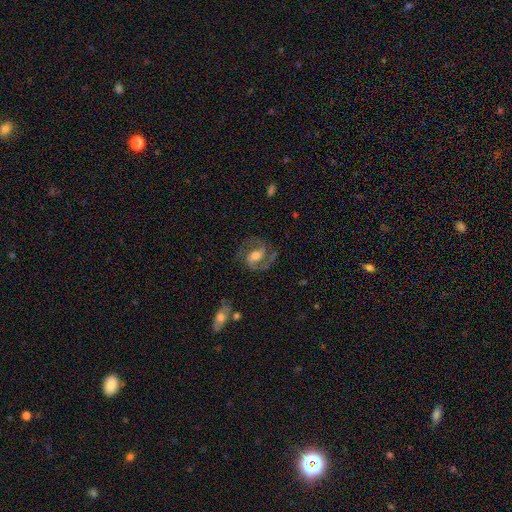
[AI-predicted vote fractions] This appears to be a featured or disk galaxy (83%) with a weak bar (43%), 2 (89%) medium (59%) spiral arms (95%) and a moderate central bulge (64%). Merging: none (74%).